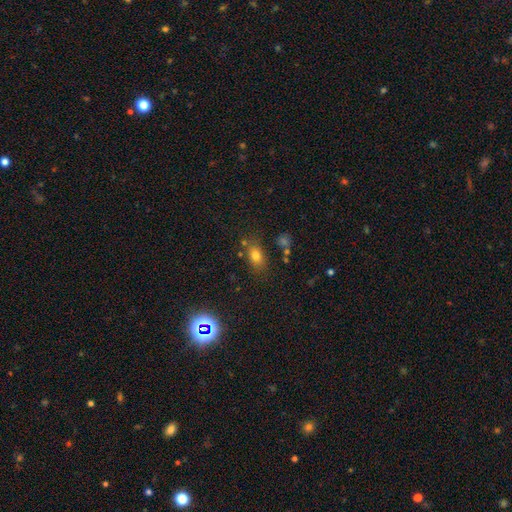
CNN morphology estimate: smooth-or-featured: smooth: 77% | star or artifact: 14% | featured or disk: 10%
  how-rounded: in between: 78% | round: 19% | cigar-shaped: 3%
  merging: none: 73% | minor disturbance: 14% | merger: 8% | major disturbance: 5%